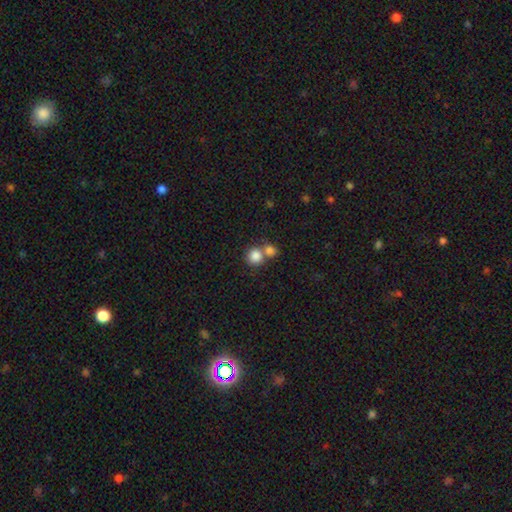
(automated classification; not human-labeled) Smooth or featured: smooth — 83% (star or artifact — 9%)
How rounded: round — 87% (in between — 12%)
Merging: merger — 46% (none — 45%)